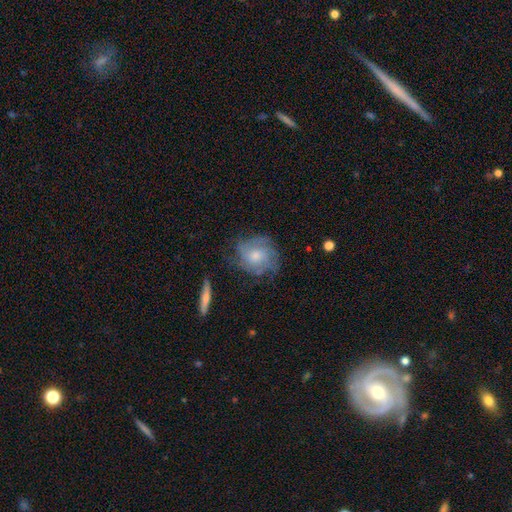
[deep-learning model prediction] smooth-or-featured: featured or disk: 57% | smooth: 35% | star or artifact: 8%
  disk-edge-on: no: 96% | yes: 4%
    bar: no: 75% | weak: 22% | strong: 3%
    has-spiral-arms: yes: 80% | no: 20%
    bulge-size: moderate: 45% | small: 44% | large: 5% | none: 4% | dominant: 1%
  merging: none: 63% | minor disturbance: 23% | major disturbance: 12% | merger: 2%